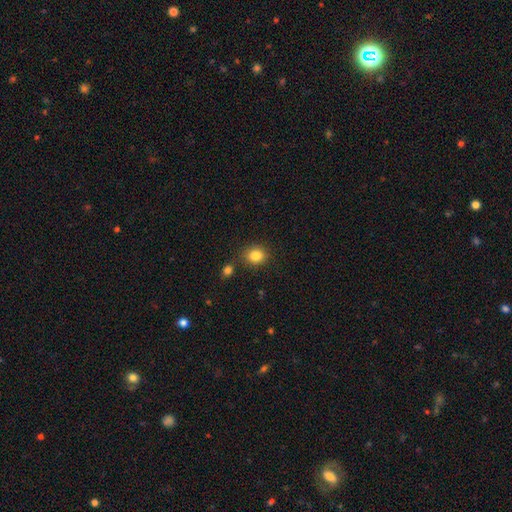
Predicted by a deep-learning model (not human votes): This is clearly a smooth galaxy (84%). How rounded: likely round (73%). Merging: clearly none (81%).